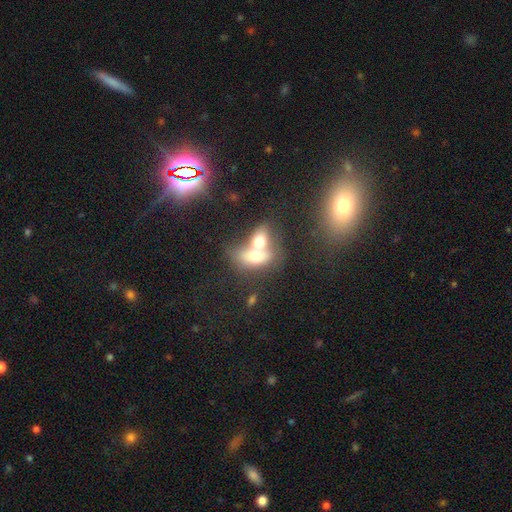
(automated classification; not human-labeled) smooth-or-featured: smooth: 65% | featured or disk: 26% | star or artifact: 9%
  how-rounded: in between: 77% | round: 17% | cigar-shaped: 5%
  merging: merger: 74% | none: 15% | minor disturbance: 5% | major disturbance: 5%